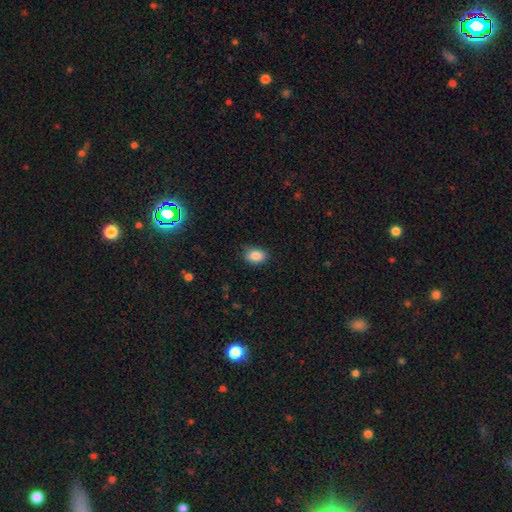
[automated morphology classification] Q: Smooth or featured?
A: smooth (87%); runner-up: star or artifact (9%)
Q: How rounded?
A: in between (79%); runner-up: round (20%)
Q: Merging?
A: none (84%); runner-up: minor disturbance (12%)